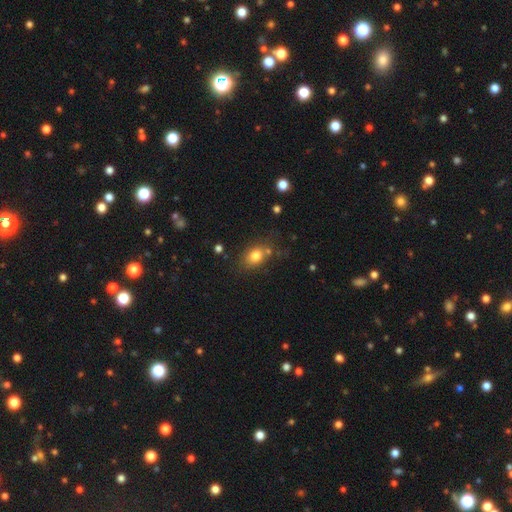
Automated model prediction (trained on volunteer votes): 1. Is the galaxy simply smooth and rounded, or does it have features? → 79% smooth, 11% star or artifact, 10% featured or disk.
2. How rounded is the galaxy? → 60% in between, 38% round, 2% cigar-shaped.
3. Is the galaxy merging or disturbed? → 66% none, 18% minor disturbance, 10% merger, 6% major disturbance.